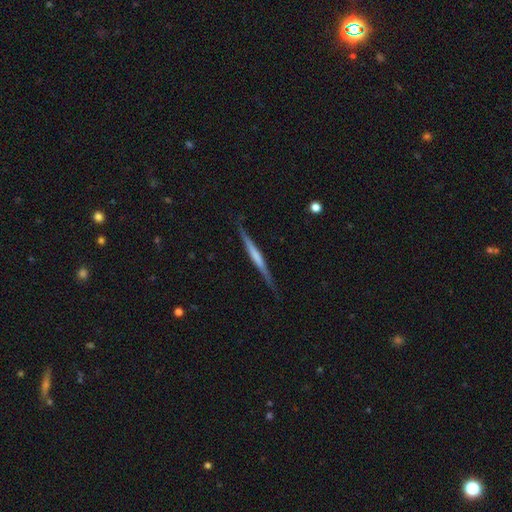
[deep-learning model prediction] Overall: featured or disk (63%; smooth 32%). Edge-on disk: yes (97%). Edge-on bulge: none (62%). Merging: none (85%).